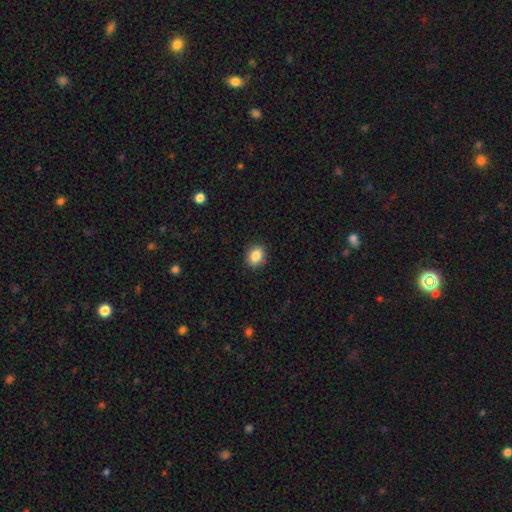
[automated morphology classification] Smooth or featured: smooth — 86% (star or artifact — 9%)
How rounded: in between — 54% (round — 45%)
Merging: none — 89% (minor disturbance — 8%)